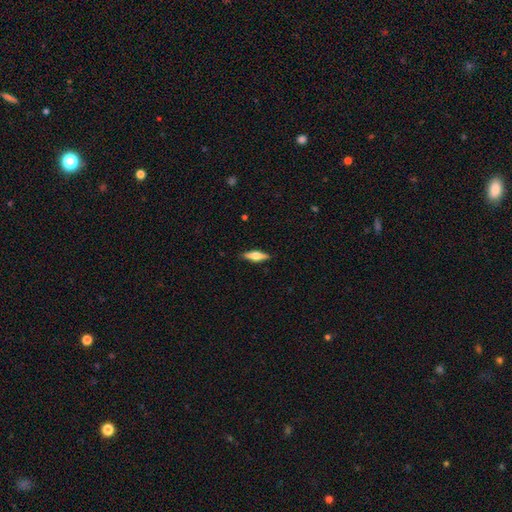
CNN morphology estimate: Smooth or featured? Predicted: smooth (p=0.49). Merging? Predicted: none (p=0.88).